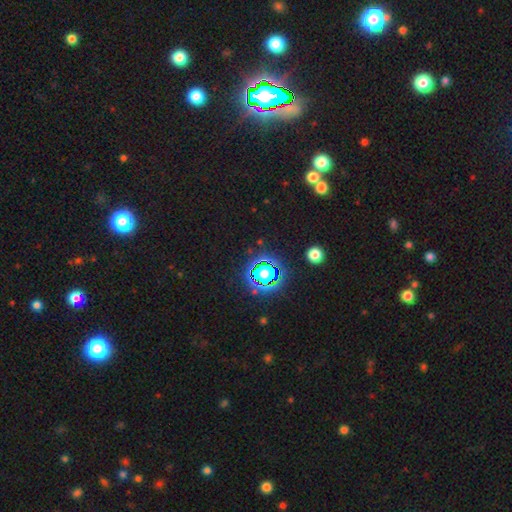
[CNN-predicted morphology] Smooth or featured? Predicted: star or artifact (p=0.81).